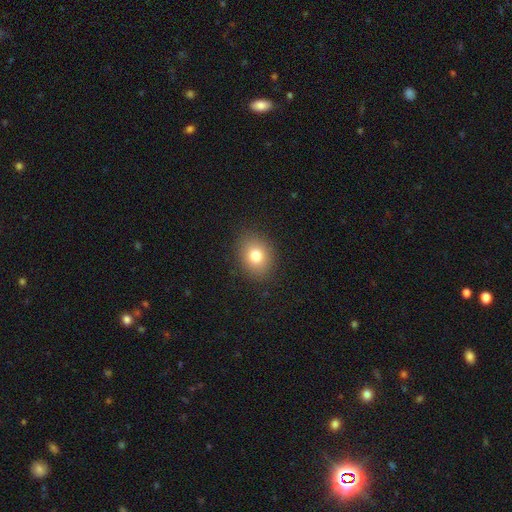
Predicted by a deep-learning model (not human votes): Smooth or featured: smooth — 79% (star or artifact — 11%)
How rounded: in between — 54% (round — 45%)
Merging: none — 88% (minor disturbance — 9%)